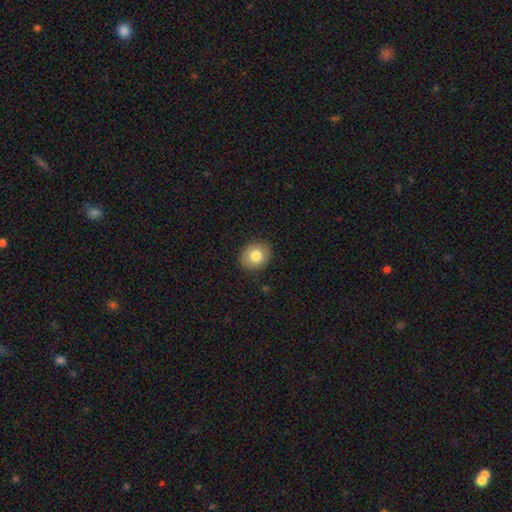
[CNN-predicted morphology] Smooth or featured? smooth (81%)
How rounded? round (61%)
Merging? none (88%)